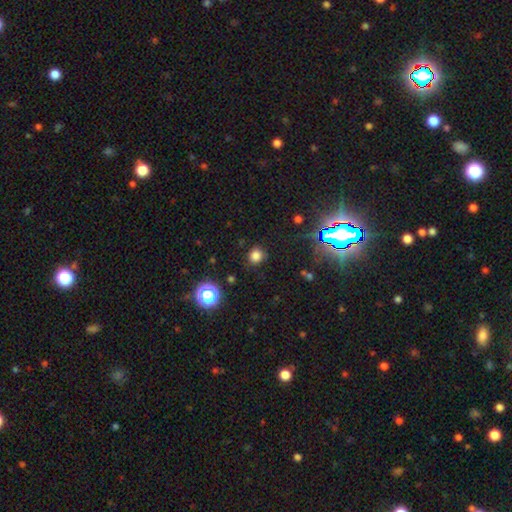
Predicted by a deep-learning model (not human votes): Morphology: type=smooth (78%); roundness=round (81%); merging=none (85%).